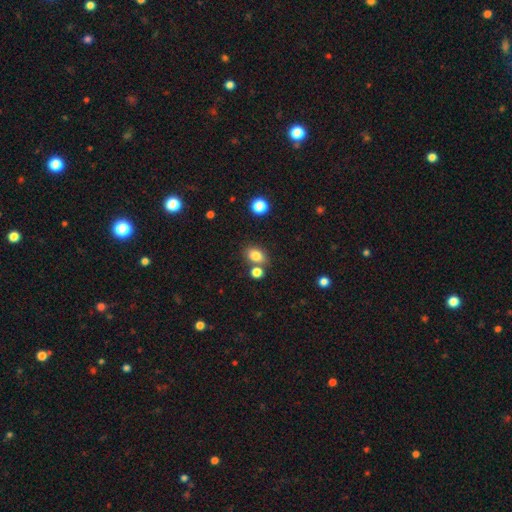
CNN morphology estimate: type=smooth (81%); roundness=in between (71%); merging=none (66%).